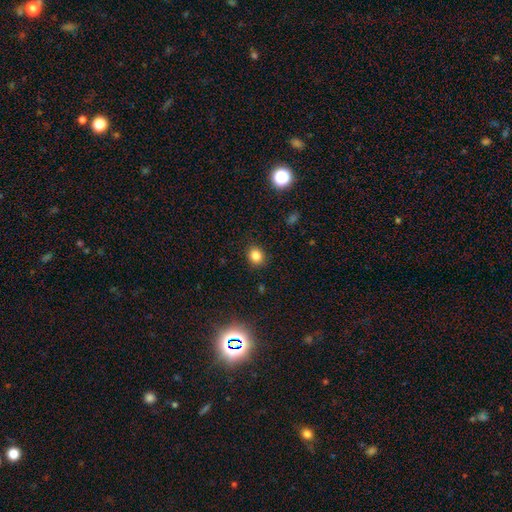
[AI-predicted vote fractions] This is clearly a smooth galaxy (83%). How rounded: likely round (69%). Merging: clearly none (89%).